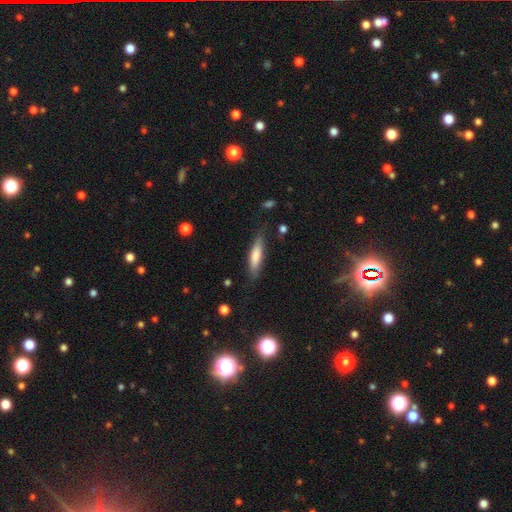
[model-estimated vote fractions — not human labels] A smooth galaxy with no disk features (72%) that is cigar-shaped (74%). Merging: none (79%).